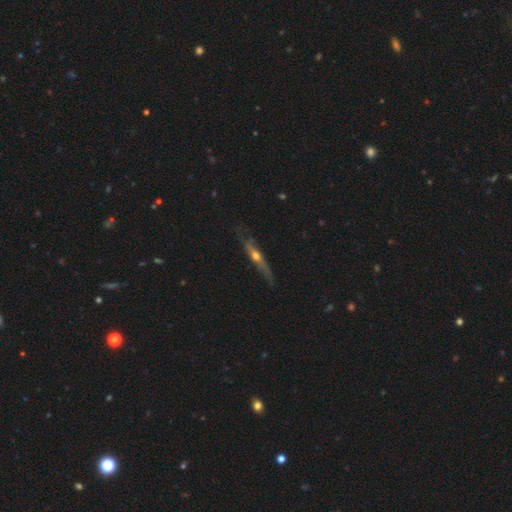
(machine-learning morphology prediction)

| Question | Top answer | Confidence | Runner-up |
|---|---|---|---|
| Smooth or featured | featured or disk | 66% | smooth (28%) |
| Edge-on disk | yes | 79% | no (21%) |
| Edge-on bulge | rounded | 86% | none (10%) |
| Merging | none | 60% | minor disturbance (27%) |